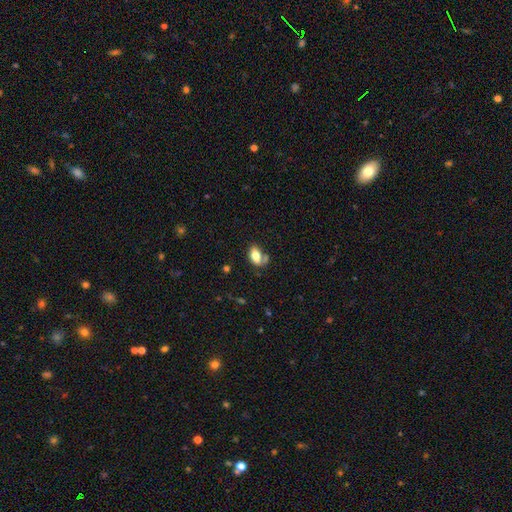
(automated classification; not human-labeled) A smooth galaxy with no disk features (76%) that is in between round and cigar-shaped (90%). Merging: none (49%).